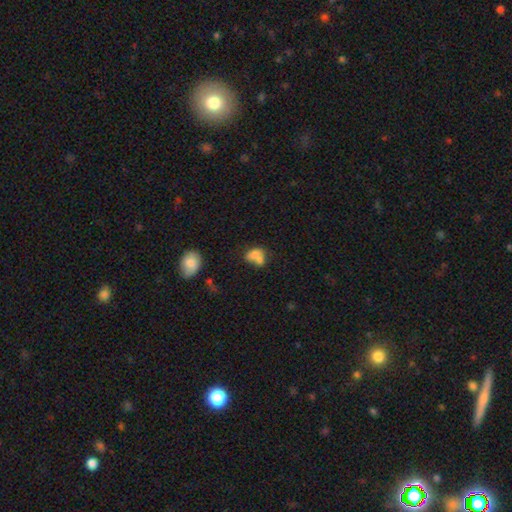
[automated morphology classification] smooth 72%, featured or disk 17%, star or artifact 11%. Down the decision tree: how rounded — in between (64%); merging — merger (59%).